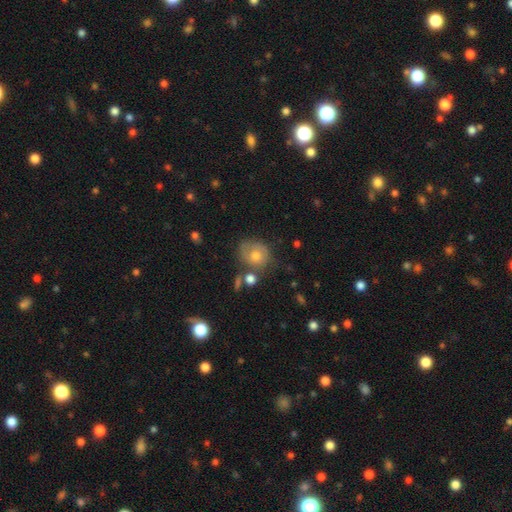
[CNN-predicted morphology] Smooth or featured?
  - smooth: 56% *
  - featured or disk: 31%
  - star or artifact: 12%
How rounded?
  - round: 73% *
  - in between: 26%
  - cigar-shaped: 1%
Merging?
  - none: 57% *
  - minor disturbance: 24%
  - major disturbance: 10%
  - merger: 9%